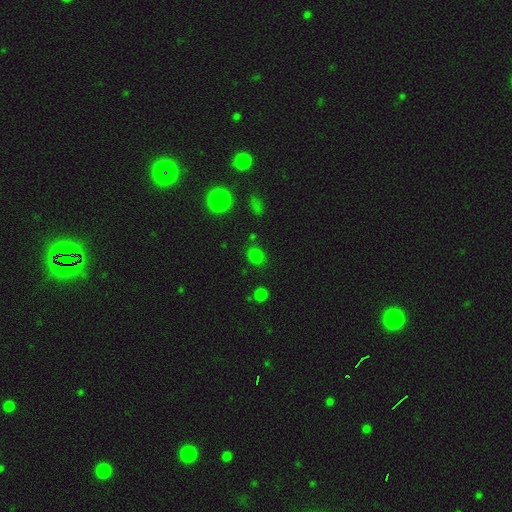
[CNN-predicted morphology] Smooth or featured? smooth (75%)
How rounded? round (68%)
Merging? none (82%)